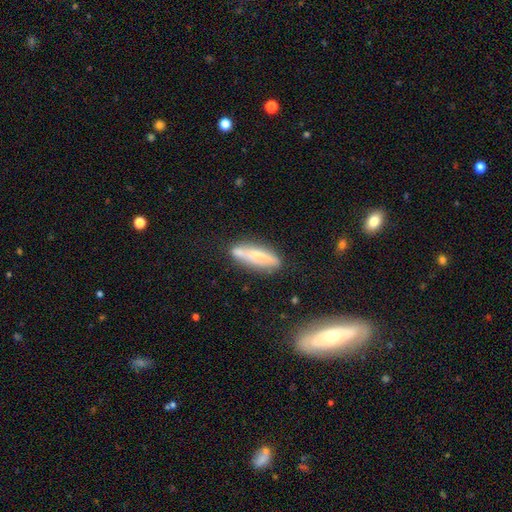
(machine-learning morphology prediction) The model was most divided on "smooth or featured": smooth: 48%, featured or disk: 44%, star or artifact: 8%. More confident: merging — none (73%).